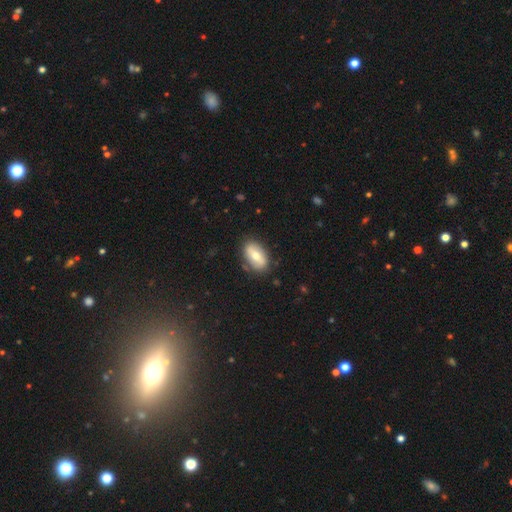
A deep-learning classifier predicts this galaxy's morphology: Smooth or featured? Predicted: smooth (p=0.59). How rounded? Predicted: in between (p=0.91). Merging? Predicted: none (p=0.80).